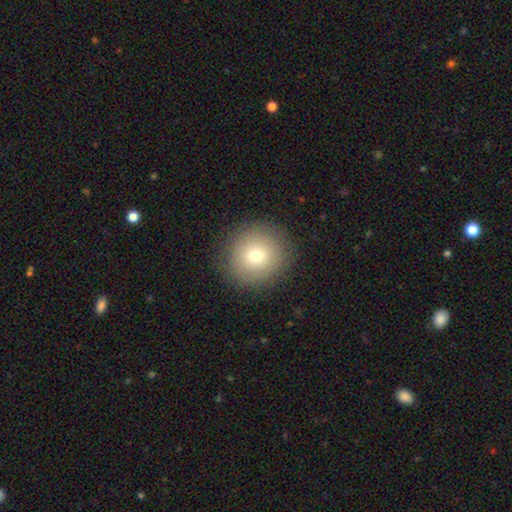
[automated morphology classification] Smooth or featured? Predicted: smooth (p=0.74). How rounded? Predicted: round (p=0.93). Merging? Predicted: none (p=0.89).